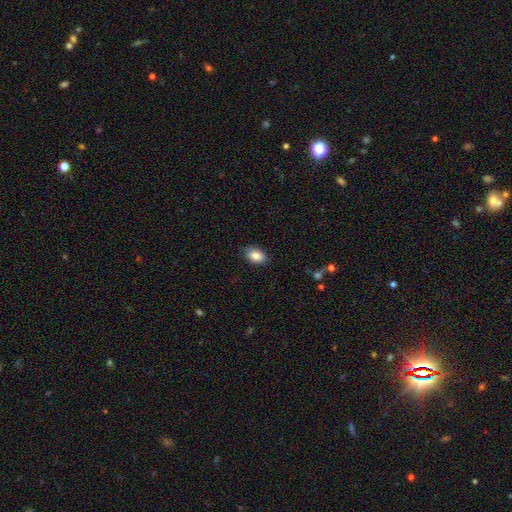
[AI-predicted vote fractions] Q: Smooth or featured?
A: smooth (85%); runner-up: star or artifact (8%)
Q: How rounded?
A: in between (87%); runner-up: round (12%)
Q: Merging?
A: none (83%); runner-up: minor disturbance (13%)